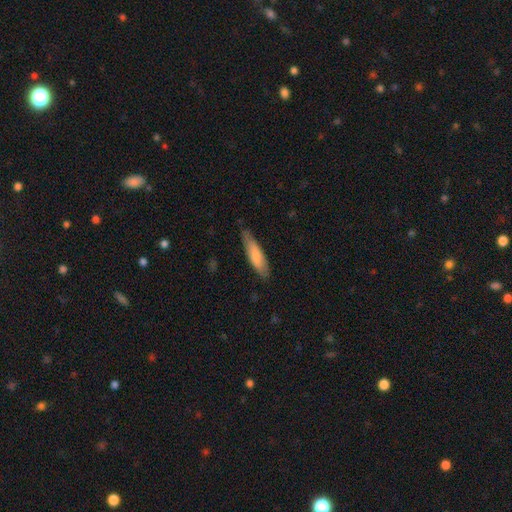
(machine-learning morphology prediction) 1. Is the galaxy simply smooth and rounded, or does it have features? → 76% smooth, 19% featured or disk, 5% star or artifact.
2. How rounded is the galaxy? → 68% cigar-shaped, 31% in between, 1% round.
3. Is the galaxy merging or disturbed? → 75% none, 20% minor disturbance, 3% major disturbance, 1% merger.